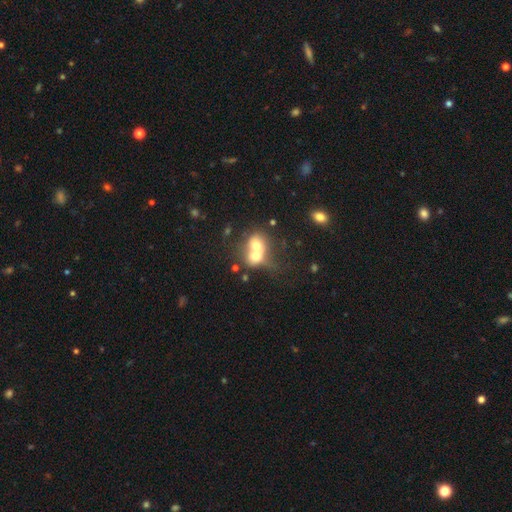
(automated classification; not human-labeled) This appears to be a smooth galaxy with no disk features (64%) that is round (60%). Merging: merger (75%).